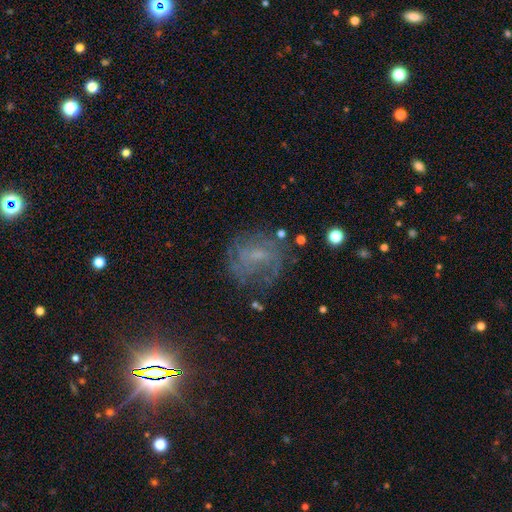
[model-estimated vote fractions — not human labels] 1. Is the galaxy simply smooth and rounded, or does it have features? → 50% featured or disk, 26% star or artifact, 24% smooth.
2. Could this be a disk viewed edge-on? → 96% no, 4% yes.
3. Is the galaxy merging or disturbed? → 60% none, 21% minor disturbance, 17% major disturbance, 2% merger.